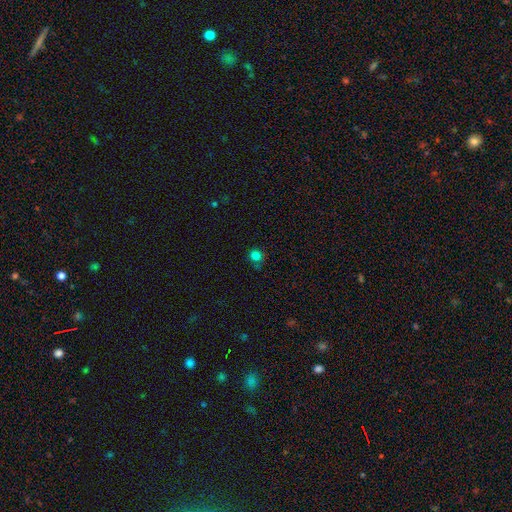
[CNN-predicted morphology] smooth 79%, star or artifact 16%, featured or disk 5%. Down the decision tree: how rounded — round (88%); merging — none (74%).